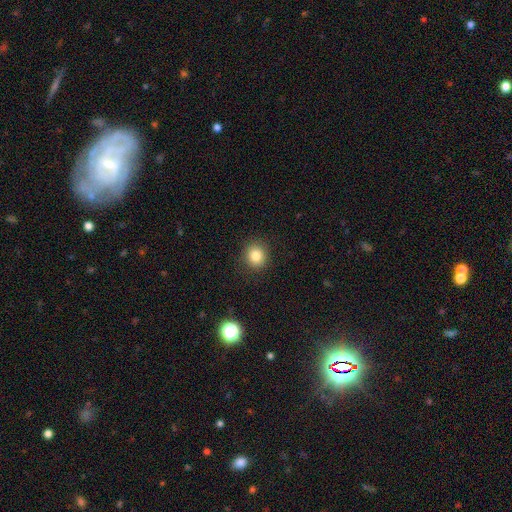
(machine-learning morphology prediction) A smooth galaxy with no disk features (83%) that is round (86%). Merging: none (90%).